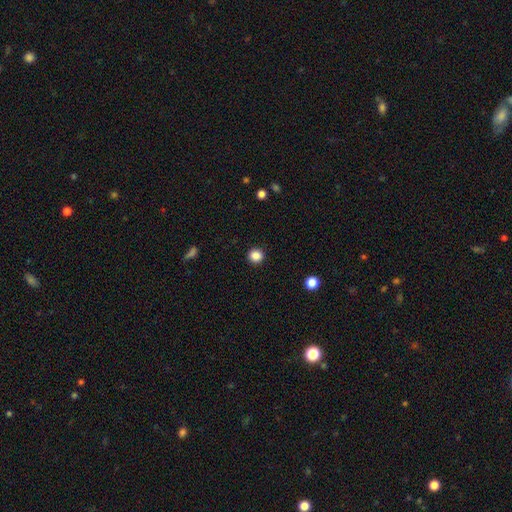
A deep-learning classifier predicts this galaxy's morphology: This is clearly a smooth galaxy (87%). How rounded: clearly round (92%). Merging: clearly none (92%).